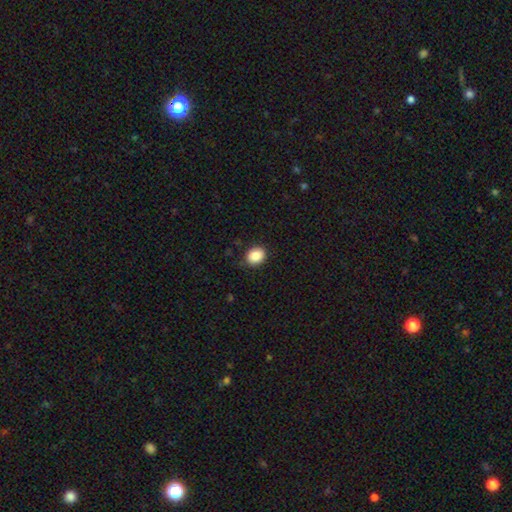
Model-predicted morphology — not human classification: Overall: smooth (87%). How rounded: round (54%; in between 45%). Merging: none (86%).